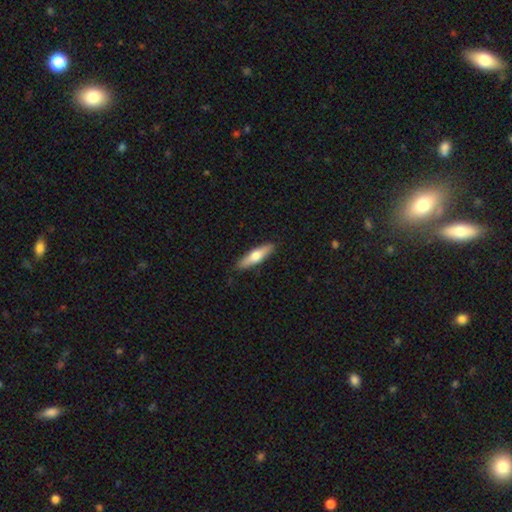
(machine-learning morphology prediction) Smooth or featured: smooth — 57% (featured or disk — 37%)
How rounded: cigar-shaped — 73% (in between — 25%)
Merging: none — 88% (minor disturbance — 9%)